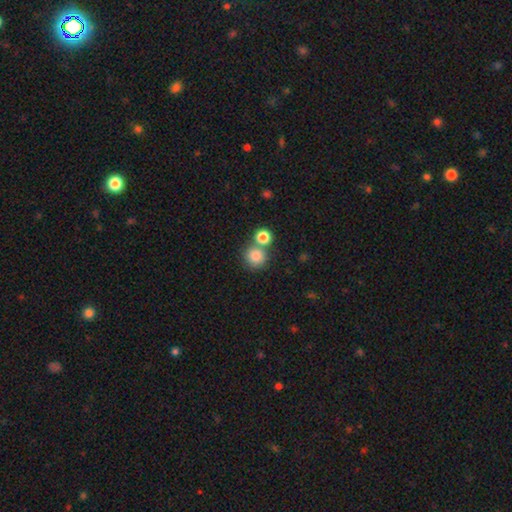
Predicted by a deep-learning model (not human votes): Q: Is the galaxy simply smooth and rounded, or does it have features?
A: smooth — 83%.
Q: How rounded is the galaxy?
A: round — 91%.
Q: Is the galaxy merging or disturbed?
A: none — 63%.